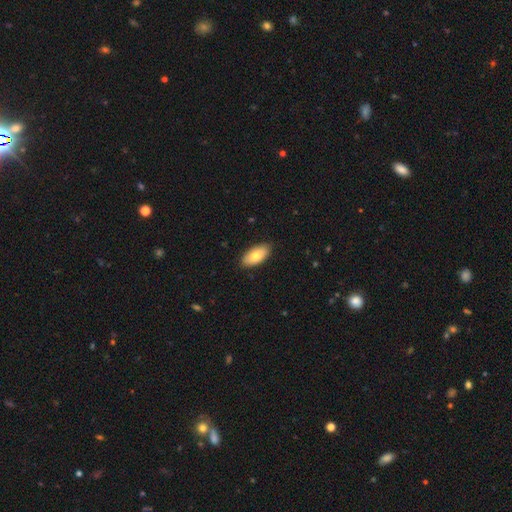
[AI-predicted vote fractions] Smooth or featured? Predicted: smooth (p=0.76). How rounded? Predicted: in between (p=0.93). Merging? Predicted: none (p=0.87).